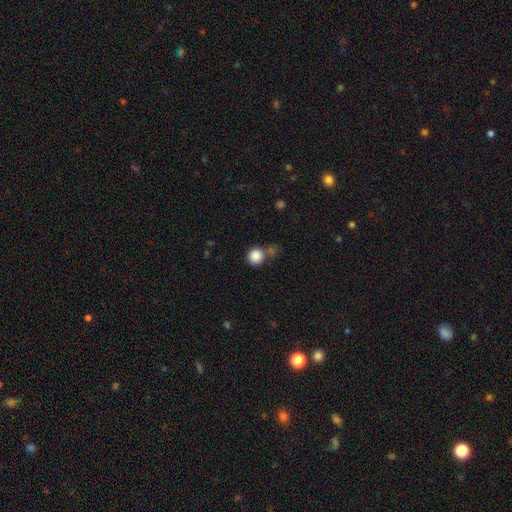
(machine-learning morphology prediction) This appears to be a smooth galaxy with no disk features (87%) that is round (90%). Merging: none (64%).